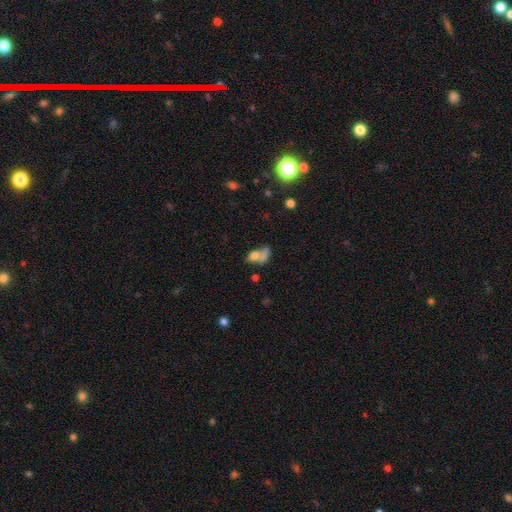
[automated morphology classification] Smooth or featured? smooth (69%)
How rounded? in between (74%)
Merging? merger (54%)